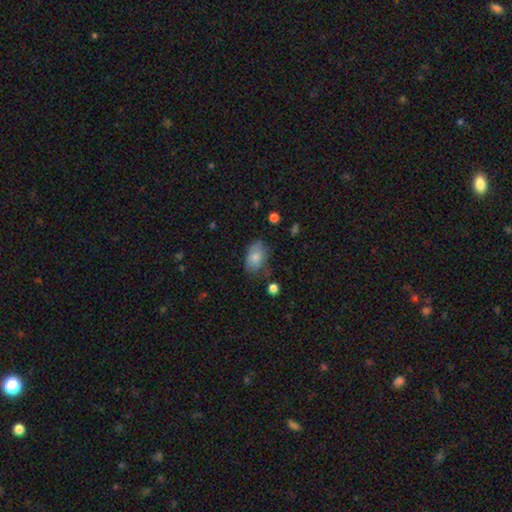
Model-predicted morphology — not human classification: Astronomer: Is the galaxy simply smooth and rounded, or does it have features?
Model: smooth — 73%.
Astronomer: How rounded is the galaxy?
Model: in between — 87%.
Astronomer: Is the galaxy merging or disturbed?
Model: none — 65%.